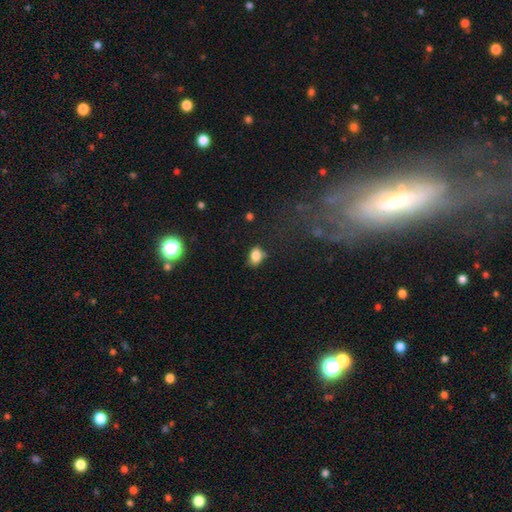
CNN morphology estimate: Q: Smooth or featured?
A: smooth (82%); runner-up: star or artifact (9%)
Q: How rounded?
A: in between (81%); runner-up: round (18%)
Q: Merging?
A: none (70%); runner-up: minor disturbance (20%)